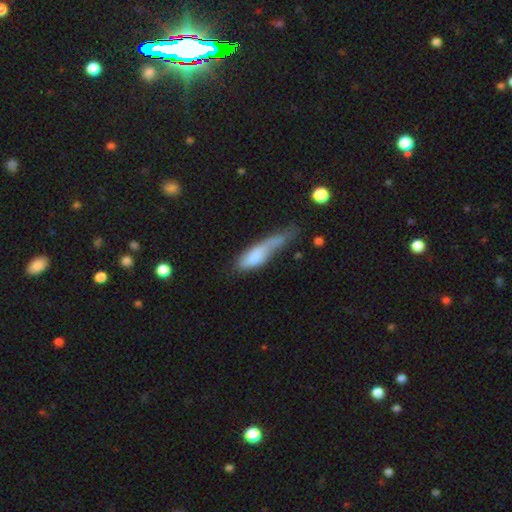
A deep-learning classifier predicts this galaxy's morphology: The model was most divided on "merging": major disturbance: 36%, minor disturbance: 31%, none: 21%, merger: 12%. More confident: smooth or featured — smooth (67%); how rounded — cigar-shaped (52%).